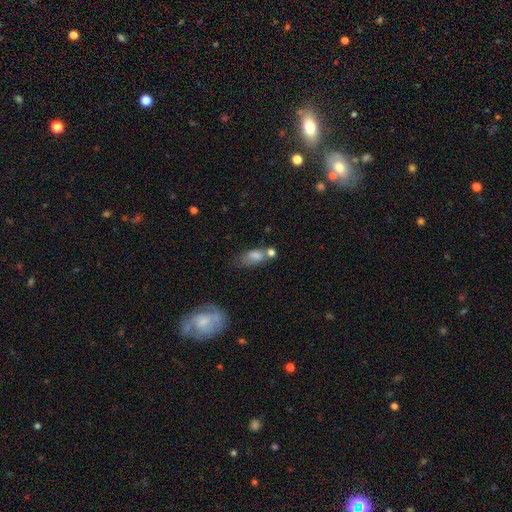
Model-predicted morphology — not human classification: A smooth galaxy with no disk features (75%) that is in between round and cigar-shaped (80%).

Vote fractions:
- Smooth or featured? smooth: 75% / featured or disk: 16% / star or artifact: 9%
- How rounded? in between: 80% / cigar-shaped: 13% / round: 7%
- Merging? none: 38% / merger: 28% / minor disturbance: 22% / major disturbance: 12%